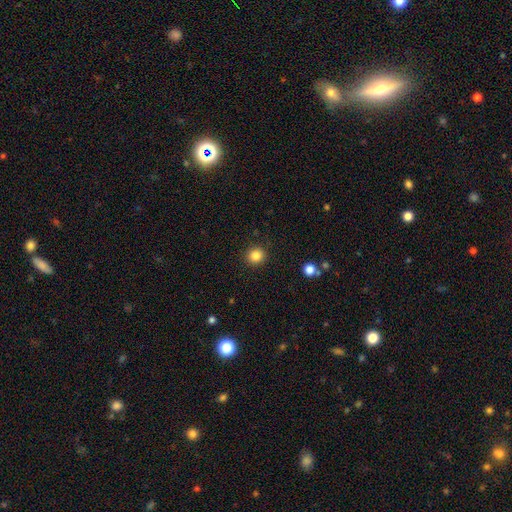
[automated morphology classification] Smooth or featured? Predicted: smooth (p=0.84). How rounded? Predicted: round (p=0.91). Merging? Predicted: none (p=0.91).